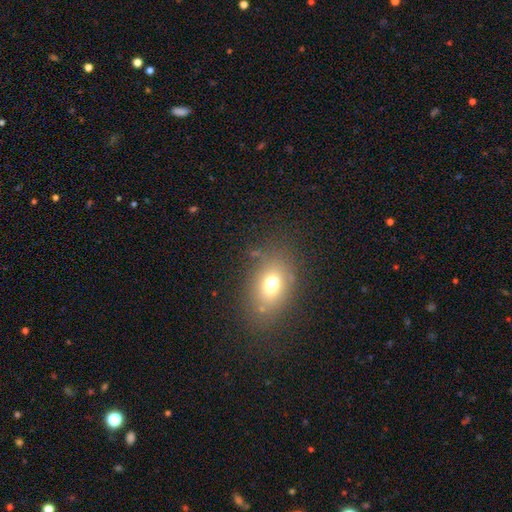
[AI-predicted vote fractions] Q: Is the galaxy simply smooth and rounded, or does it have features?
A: smooth — 65%.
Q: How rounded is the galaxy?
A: in between — 74%.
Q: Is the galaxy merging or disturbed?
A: none — 86%.